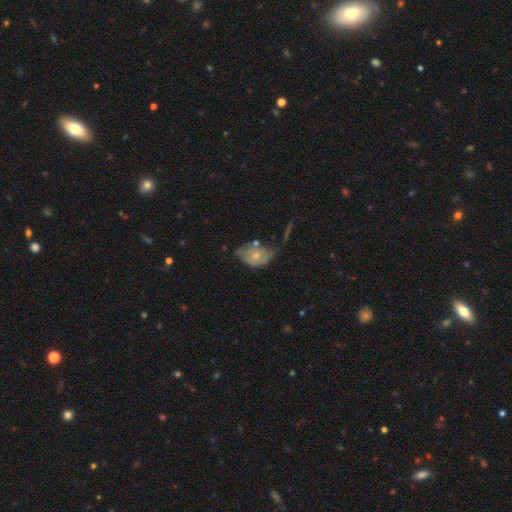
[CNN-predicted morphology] This appears to be a featured or disk galaxy (48%). Merging: minor disturbance (37%).